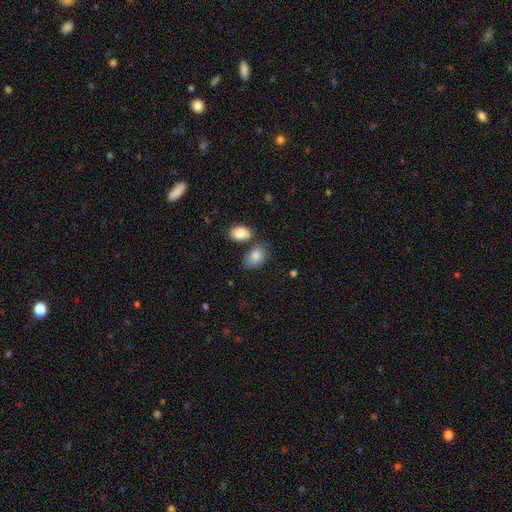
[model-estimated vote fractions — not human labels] Smooth or featured: smooth — 83% (featured or disk — 9%)
How rounded: in between — 85% (round — 14%)
Merging: none — 53% (merger — 22%)